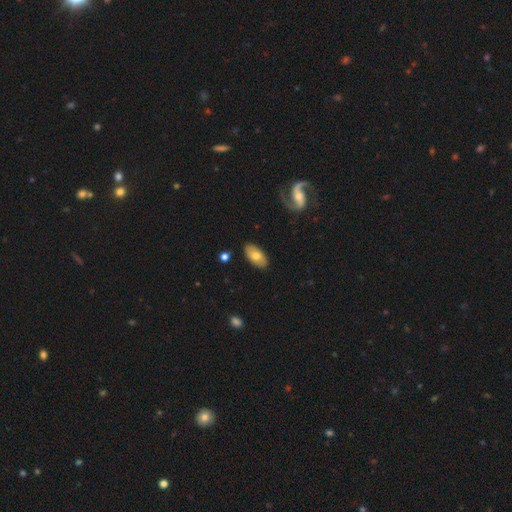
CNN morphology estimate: This appears to be a smooth galaxy with no disk features (65%) that is in between round and cigar-shaped (93%). Merging: none (86%).